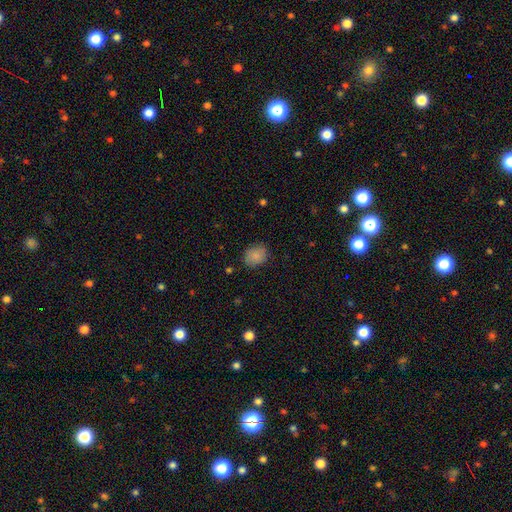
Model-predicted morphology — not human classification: Smooth or featured? smooth (86%)
How rounded? round (56%)
Merging? none (82%)